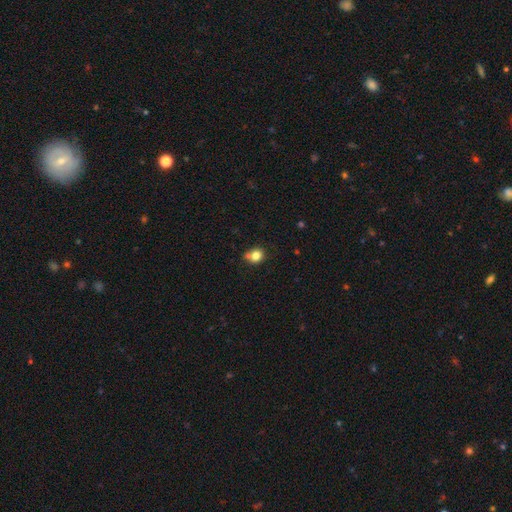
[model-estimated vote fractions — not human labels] This is likely a smooth galaxy (80%). How rounded: likely round (72%). Merging: possibly none (57%).